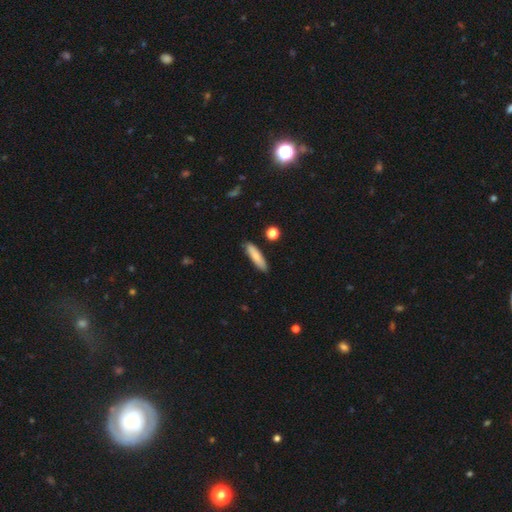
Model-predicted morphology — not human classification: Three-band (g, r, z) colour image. It shows a smooth galaxy with no disk features (78%) that is cigar-shaped (72%). Merging: none (84%).